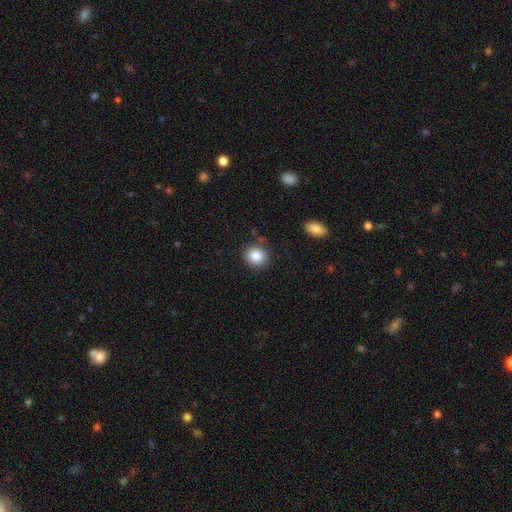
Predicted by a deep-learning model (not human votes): smooth 84%, star or artifact 9%, featured or disk 7%. Down the decision tree: how rounded — round (78%); merging — none (84%).